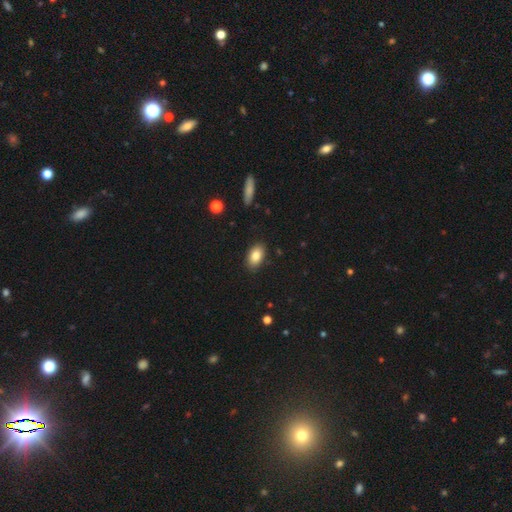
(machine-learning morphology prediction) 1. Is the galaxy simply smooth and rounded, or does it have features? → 84% smooth, 8% featured or disk, 8% star or artifact.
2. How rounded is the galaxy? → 91% in between, 7% round, 2% cigar-shaped.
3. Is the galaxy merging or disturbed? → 87% none, 10% minor disturbance, 2% major disturbance, 1% merger.